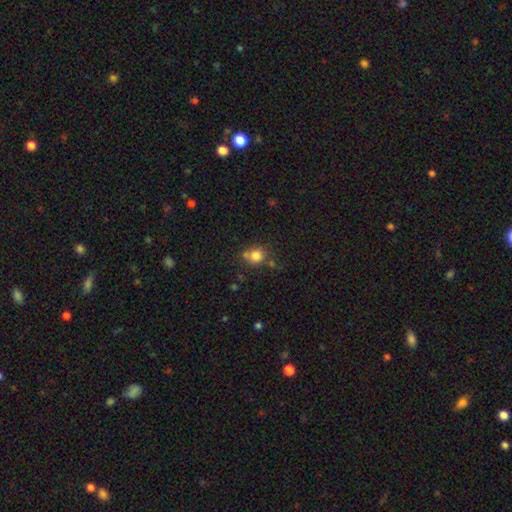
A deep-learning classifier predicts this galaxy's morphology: Smooth or featured: smooth — 80% (star or artifact — 12%)
How rounded: round — 83% (in between — 16%)
Merging: none — 61% (merger — 20%)